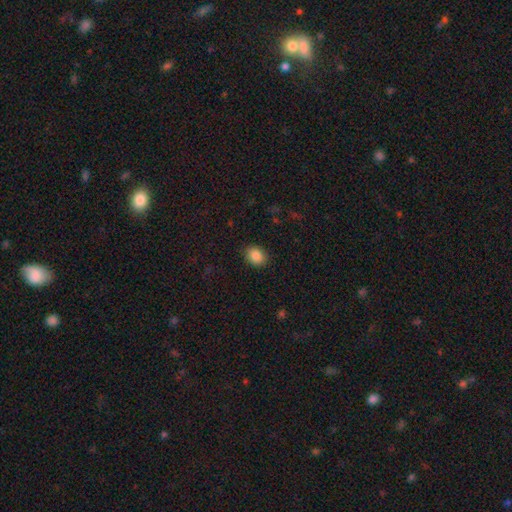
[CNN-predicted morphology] This appears to be a smooth galaxy with no disk features (87%) that is in between round and cigar-shaped (58%). Merging: none (89%).